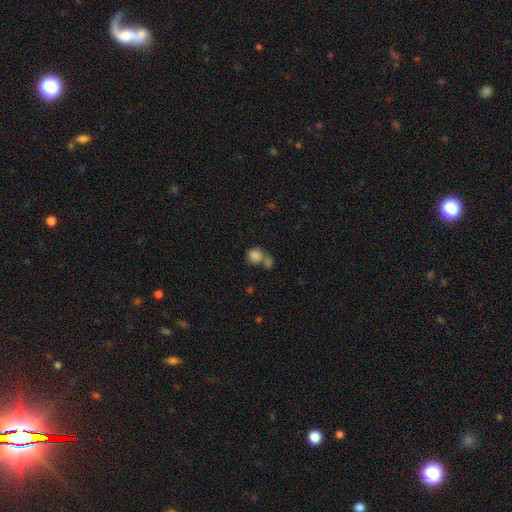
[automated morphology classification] Smooth or featured: smooth — 83% (star or artifact — 9%)
How rounded: round — 75% (in between — 23%)
Merging: merger — 47% (none — 37%)